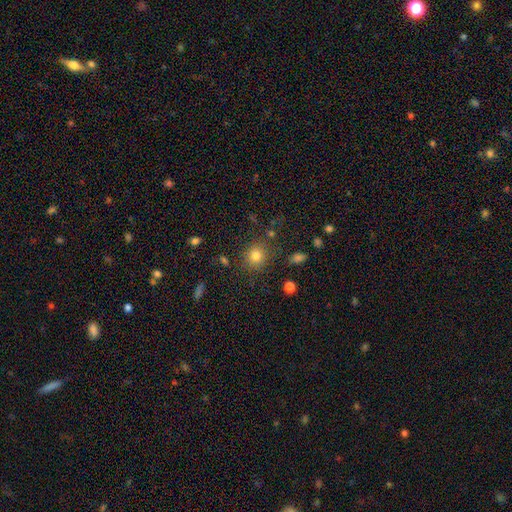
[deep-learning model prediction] Smooth or featured? smooth (80%)
How rounded? round (84%)
Merging? none (83%)